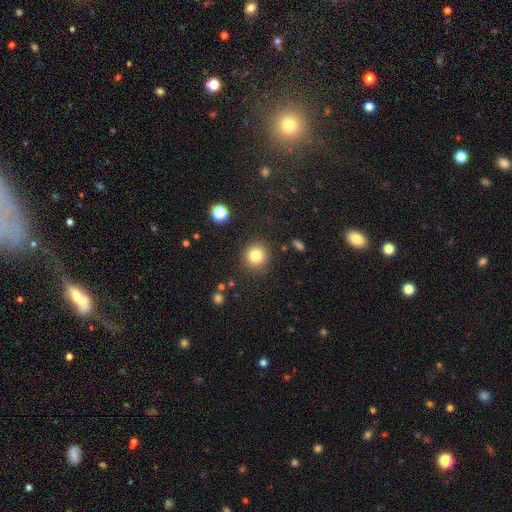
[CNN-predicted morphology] A smooth galaxy with no disk features (81%) that is round (91%). Merging: none (88%).